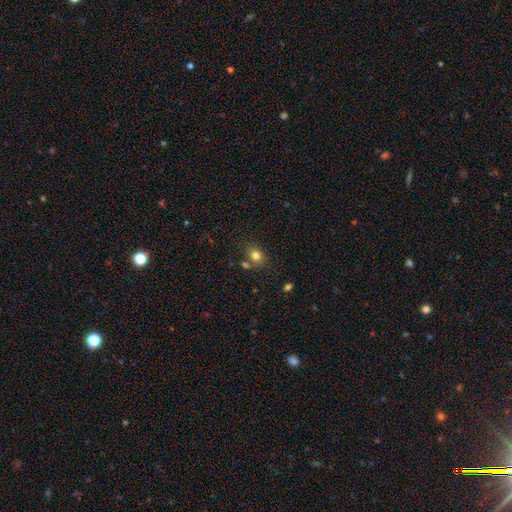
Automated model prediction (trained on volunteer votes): Smooth or featured? Predicted: smooth (p=0.80). How rounded? Predicted: in between (p=0.54). Merging? Predicted: none (p=0.66).